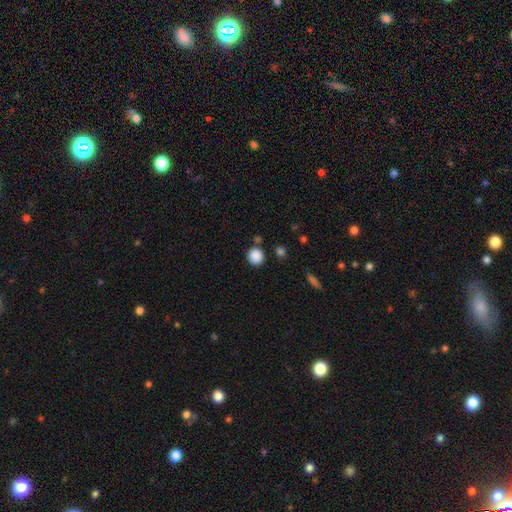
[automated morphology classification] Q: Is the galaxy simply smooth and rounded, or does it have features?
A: smooth — 87%.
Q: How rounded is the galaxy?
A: round — 88%.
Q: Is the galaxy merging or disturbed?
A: none — 82%.